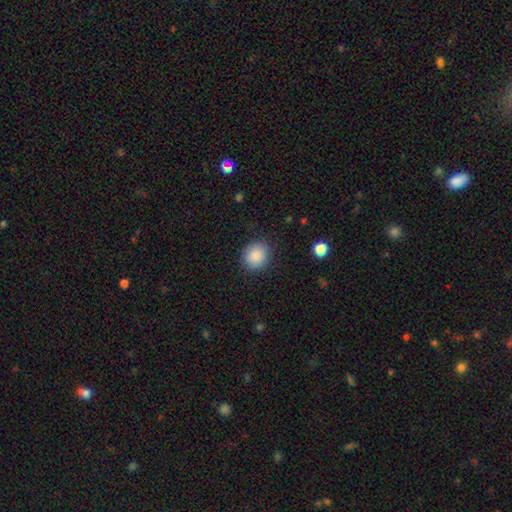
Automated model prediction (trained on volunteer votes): This appears to be a smooth galaxy with no disk features (88%) that is round (73%). Merging: none (86%).